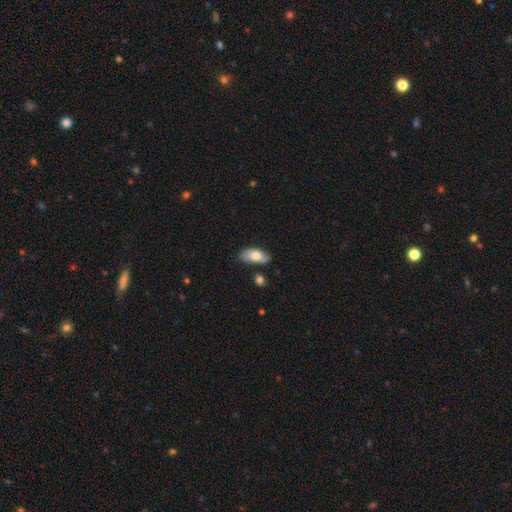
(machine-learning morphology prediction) Q: Smooth or featured?
A: smooth (71%); runner-up: featured or disk (22%)
Q: How rounded?
A: in between (91%); runner-up: cigar-shaped (6%)
Q: Merging?
A: none (66%); runner-up: minor disturbance (23%)